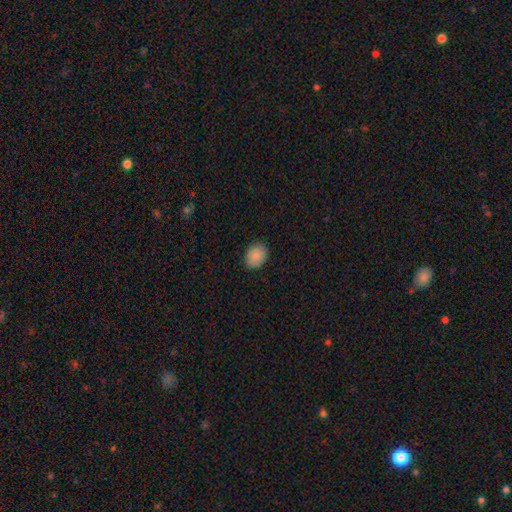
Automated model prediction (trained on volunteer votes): Q: Smooth or featured?
A: smooth (86%); runner-up: star or artifact (8%)
Q: How rounded?
A: in between (59%); runner-up: round (40%)
Q: Merging?
A: none (88%); runner-up: minor disturbance (9%)